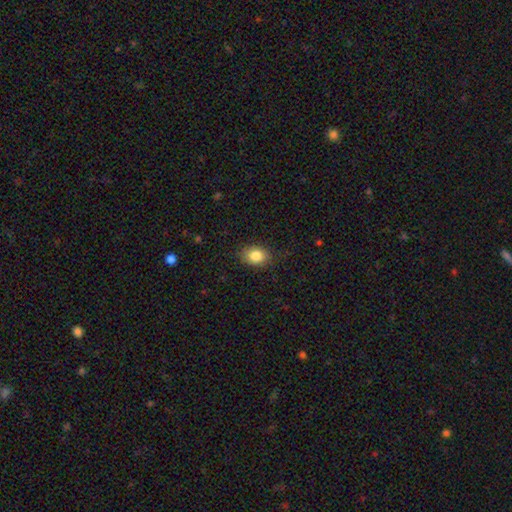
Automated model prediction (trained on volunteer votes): smooth-or-featured: smooth: 84% | star or artifact: 9% | featured or disk: 7%
  how-rounded: in between: 64% | round: 35% | cigar-shaped: 1%
  merging: none: 83% | minor disturbance: 13% | major disturbance: 3% | merger: 1%